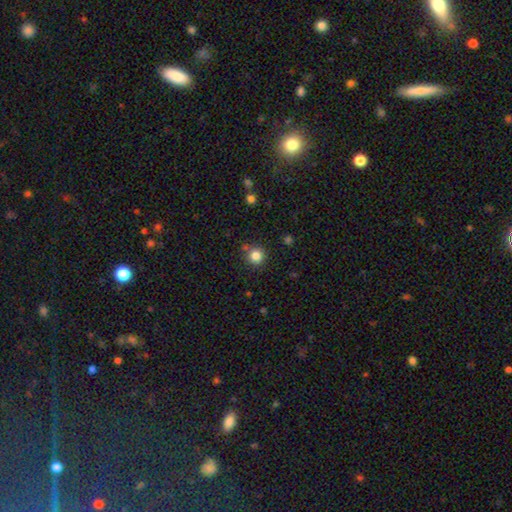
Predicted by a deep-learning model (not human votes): This is clearly a smooth galaxy (83%). How rounded: clearly round (95%). Merging: clearly none (84%).